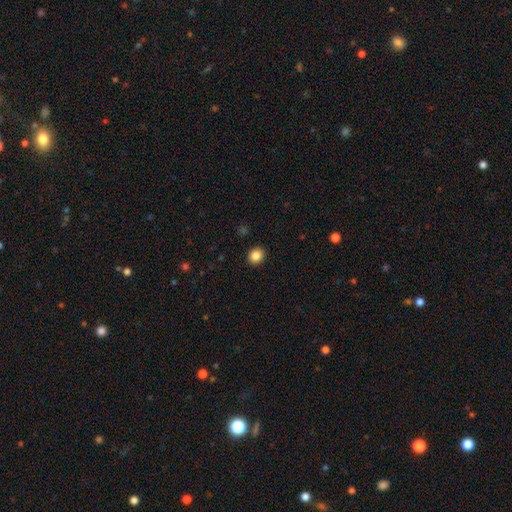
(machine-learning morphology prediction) This is clearly a smooth galaxy (85%). How rounded: clearly round (81%). Merging: clearly none (92%).